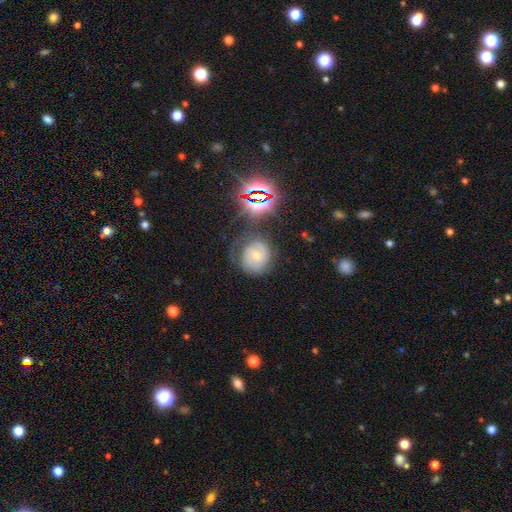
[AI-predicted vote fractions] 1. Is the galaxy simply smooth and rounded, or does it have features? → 60% featured or disk, 21% smooth, 19% star or artifact.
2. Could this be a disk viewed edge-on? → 97% no, 3% yes.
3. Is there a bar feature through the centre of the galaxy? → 51% no, 36% weak, 13% strong.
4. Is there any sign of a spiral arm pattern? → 85% yes, 15% no.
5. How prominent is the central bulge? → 49% moderate, 46% small, 2% large, 2% none, 1% dominant.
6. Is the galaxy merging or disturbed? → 63% none, 22% minor disturbance, 12% major disturbance, 3% merger.